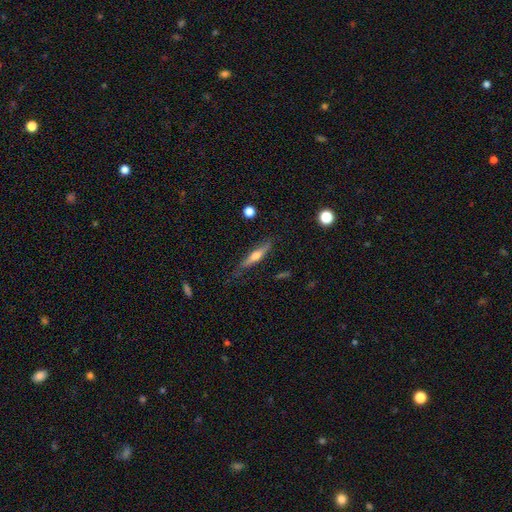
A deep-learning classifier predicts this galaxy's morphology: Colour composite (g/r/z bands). It shows a featured or disk galaxy (54%) viewed edge-on (94%) with a rounded central bulge (87%). Merging: none (78%).